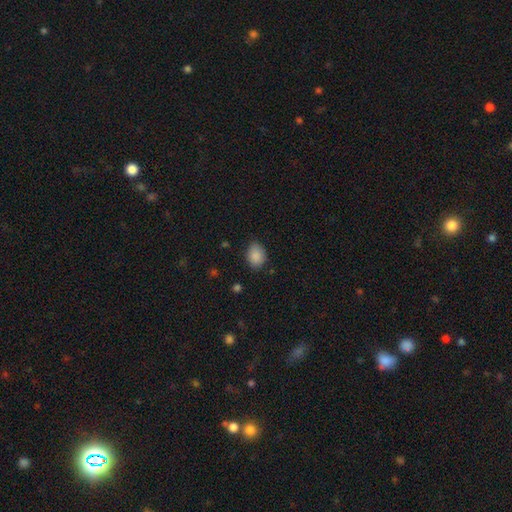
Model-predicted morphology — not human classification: Smooth or featured? smooth (88%)
How rounded? in between (67%)
Merging? none (77%)